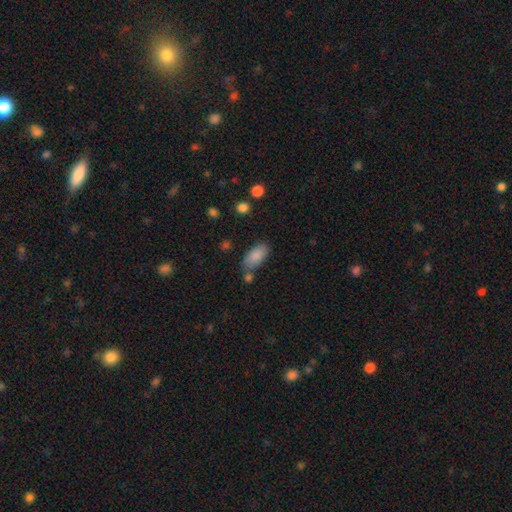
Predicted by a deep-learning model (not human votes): This appears to be a smooth galaxy with no disk features (87%) that is in between round and cigar-shaped (91%). Merging: none (68%).